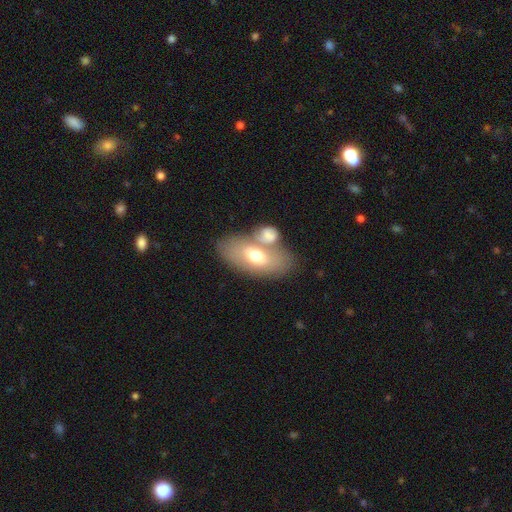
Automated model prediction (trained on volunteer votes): smooth 60%, featured or disk 33%, star or artifact 7%. Down the decision tree: how rounded — in between (89%); merging — none (44%).